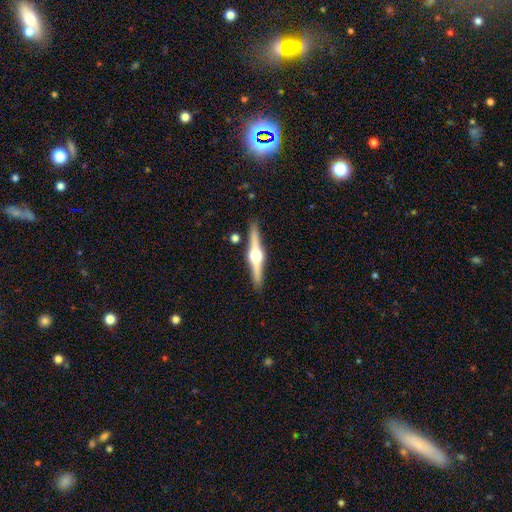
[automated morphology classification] This is clearly a featured or disk galaxy (81%). It is clearly viewed edge-on (98%). Edge-on bulge: clearly rounded (96%). Merging: clearly none (90%).